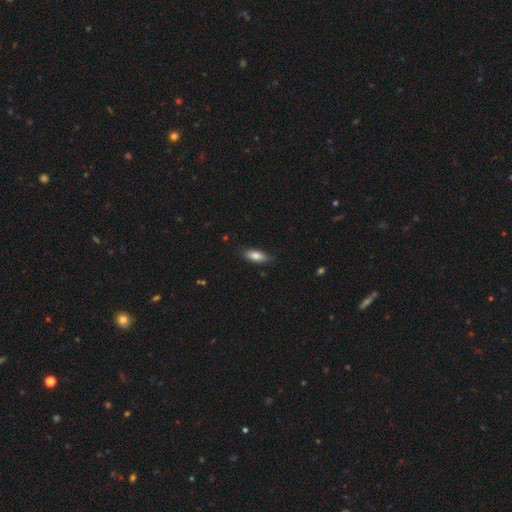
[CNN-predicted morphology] Q: Smooth or featured?
A: smooth (80%); runner-up: featured or disk (13%)
Q: How rounded?
A: in between (80%); runner-up: cigar-shaped (18%)
Q: Merging?
A: none (80%); runner-up: minor disturbance (16%)